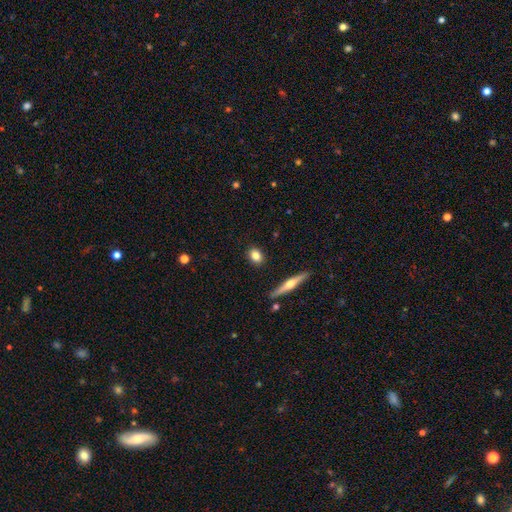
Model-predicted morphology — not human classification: This appears to be a smooth galaxy with no disk features (79%) that is in between round and cigar-shaped (56%). Merging: none (89%).